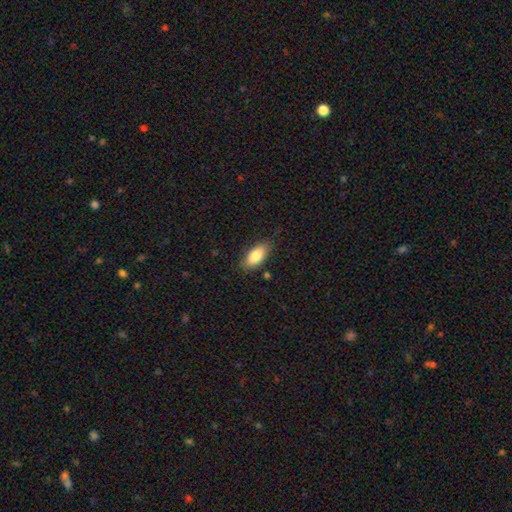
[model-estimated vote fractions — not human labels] This is clearly a smooth galaxy (82%). How rounded: clearly in between (89%). Merging: clearly none (83%).